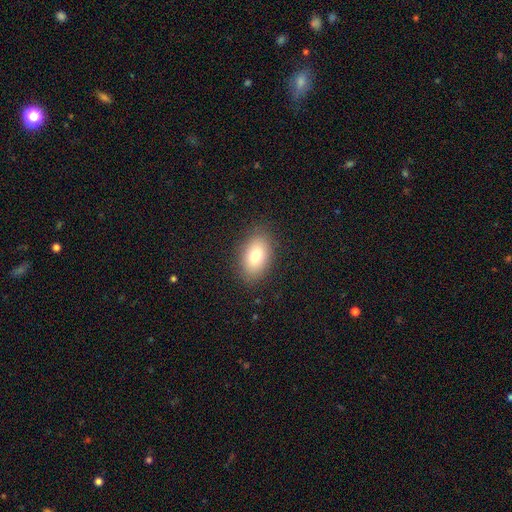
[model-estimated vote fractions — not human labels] Q: Smooth or featured?
A: smooth (78%); runner-up: featured or disk (13%)
Q: How rounded?
A: in between (88%); runner-up: round (10%)
Q: Merging?
A: none (85%); runner-up: minor disturbance (11%)